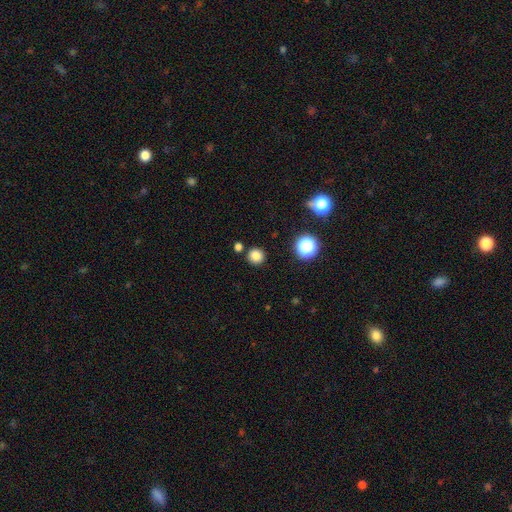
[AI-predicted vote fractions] Smooth or featured? smooth (82%)
How rounded? round (94%)
Merging? none (87%)